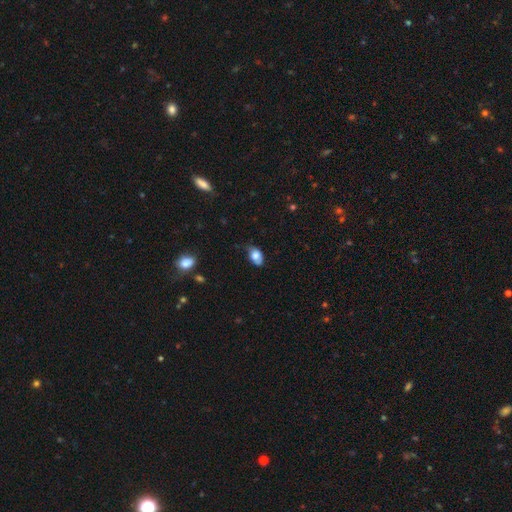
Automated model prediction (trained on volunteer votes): A smooth galaxy with no disk features (75%) that is in between round and cigar-shaped (86%).

Vote fractions:
- Smooth or featured? smooth: 75% / featured or disk: 16% / star or artifact: 9%
- How rounded? in between: 86% / round: 12% / cigar-shaped: 2%
- Merging? none: 47% / minor disturbance: 39% / major disturbance: 10% / merger: 4%